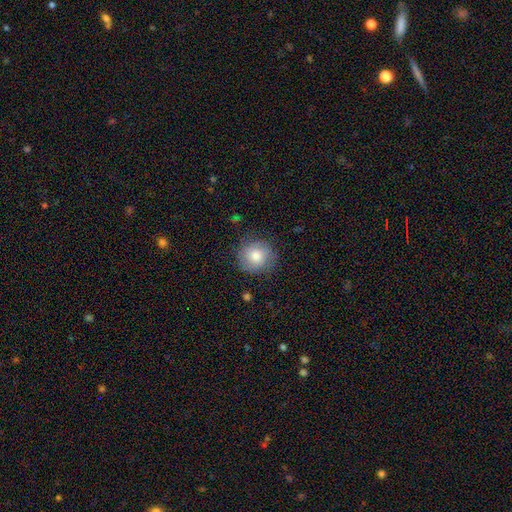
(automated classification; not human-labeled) Smooth or featured? smooth (80%)
How rounded? round (91%)
Merging? none (82%)